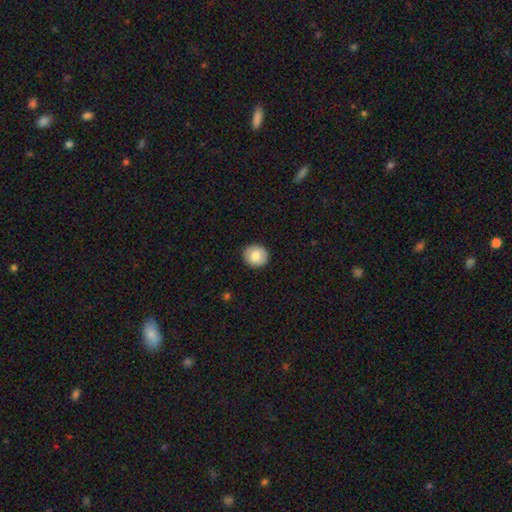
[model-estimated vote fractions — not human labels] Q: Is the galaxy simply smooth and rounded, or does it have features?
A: smooth — 80%.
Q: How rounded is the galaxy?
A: round — 83%.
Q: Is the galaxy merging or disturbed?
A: none — 90%.